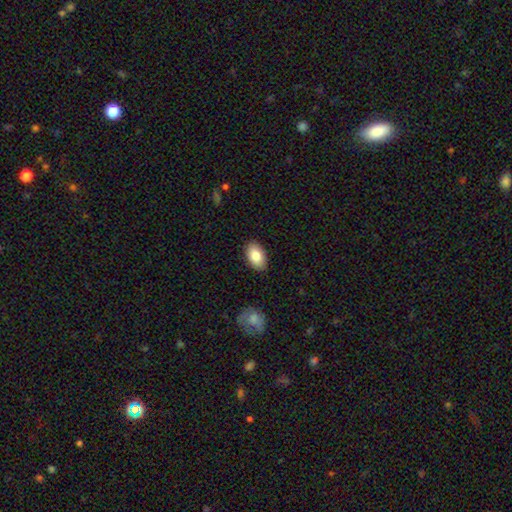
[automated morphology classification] A smooth galaxy with no disk features (84%) that is in between round and cigar-shaped (92%).

Vote fractions:
- Smooth or featured? smooth: 84% / featured or disk: 9% / star or artifact: 7%
- How rounded? in between: 92% / round: 7% / cigar-shaped: 1%
- Merging? none: 88% / minor disturbance: 9% / major disturbance: 2% / merger: 1%